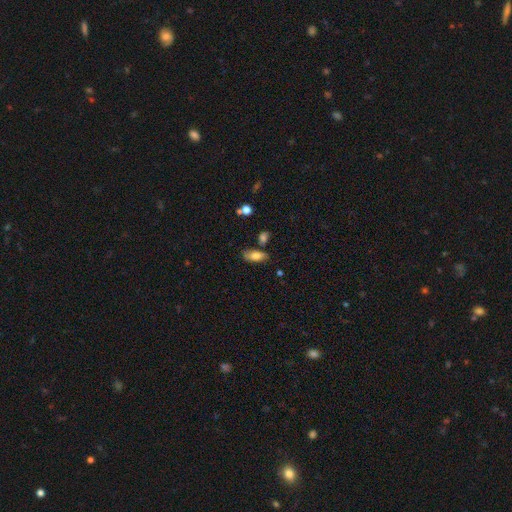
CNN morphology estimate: Smooth or featured: smooth — 74% (featured or disk — 18%)
How rounded: in between — 81% (cigar-shaped — 15%)
Merging: none — 65% (minor disturbance — 21%)